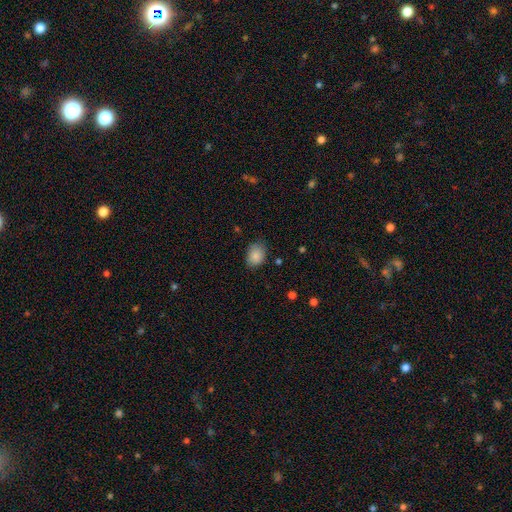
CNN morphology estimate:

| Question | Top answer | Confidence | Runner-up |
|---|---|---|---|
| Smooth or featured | smooth | 87% | star or artifact (8%) |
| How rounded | in between | 67% | round (32%) |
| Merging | none | 77% | minor disturbance (18%) |